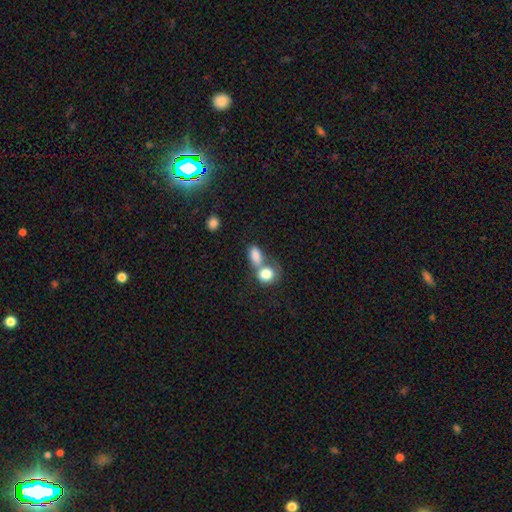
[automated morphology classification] Smooth or featured? Predicted: smooth (p=0.82). How rounded? Predicted: in between (p=0.77). Merging? Predicted: merger (p=0.58).